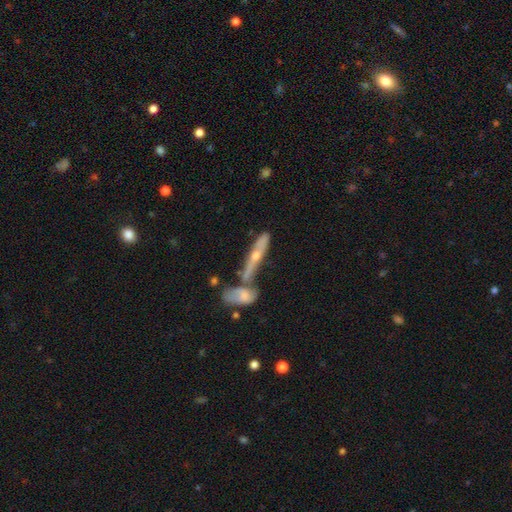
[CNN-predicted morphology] This is possibly a featured or disk galaxy (56%). It is likely viewed edge-on (70%). Merging: marginally merger (43%).